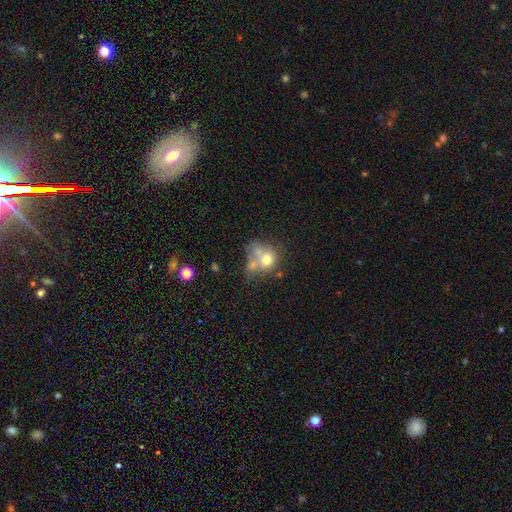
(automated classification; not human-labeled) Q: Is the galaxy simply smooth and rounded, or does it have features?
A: smooth — 56%.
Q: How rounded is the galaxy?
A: round — 71%.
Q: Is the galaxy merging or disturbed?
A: merger — 47%.